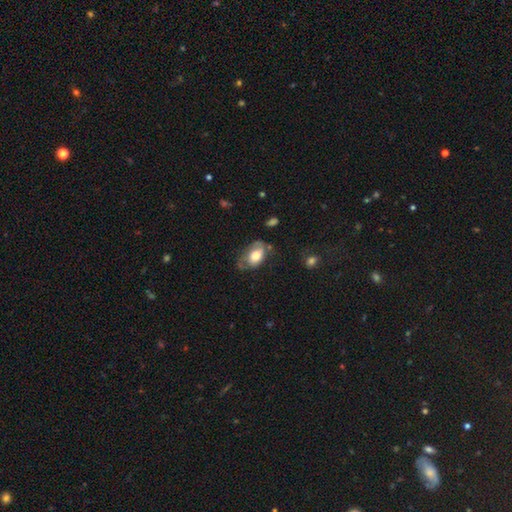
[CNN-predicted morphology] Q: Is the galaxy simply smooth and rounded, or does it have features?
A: smooth — 61%.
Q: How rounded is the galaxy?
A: in between — 90%.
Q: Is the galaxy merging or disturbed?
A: none — 44%.